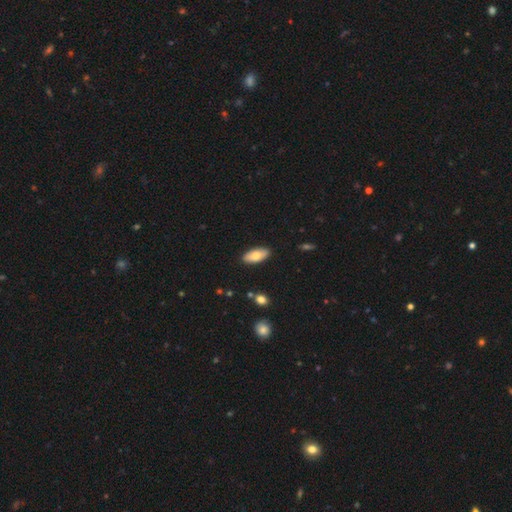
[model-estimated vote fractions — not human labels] smooth-or-featured: smooth: 73% | featured or disk: 21% | star or artifact: 6%
  how-rounded: in between: 87% | cigar-shaped: 11% | round: 2%
  merging: none: 89% | minor disturbance: 8% | major disturbance: 2% | merger: 1%